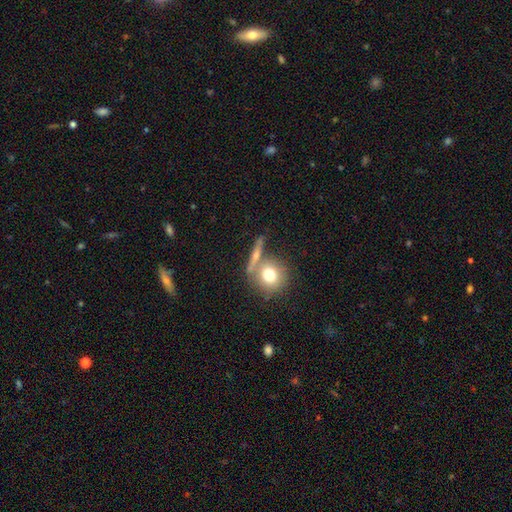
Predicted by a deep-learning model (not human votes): smooth_or_featured: smooth (p=0.56) [alt: featured or disk p=0.33]
how_rounded: round (p=0.62) [alt: cigar-shaped p=0.21]
merging: none (p=0.63) [alt: merger p=0.20]